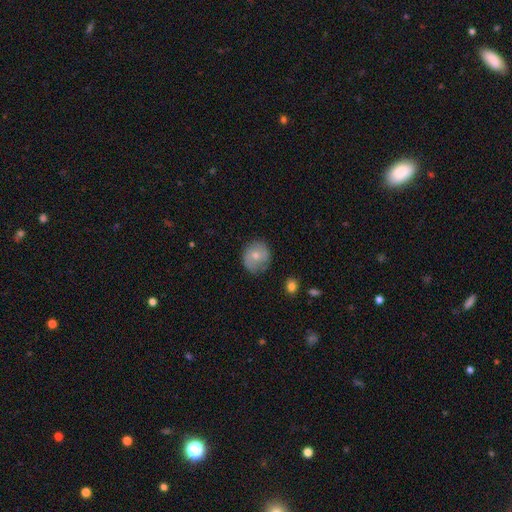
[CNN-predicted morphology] A smooth galaxy with no disk features (64%) that is round (84%).

Vote fractions:
- Smooth or featured? smooth: 64% / featured or disk: 28% / star or artifact: 8%
- How rounded? round: 84% / in between: 15% / cigar-shaped: 1%
- Merging? none: 74% / minor disturbance: 20% / major disturbance: 4% / merger: 2%